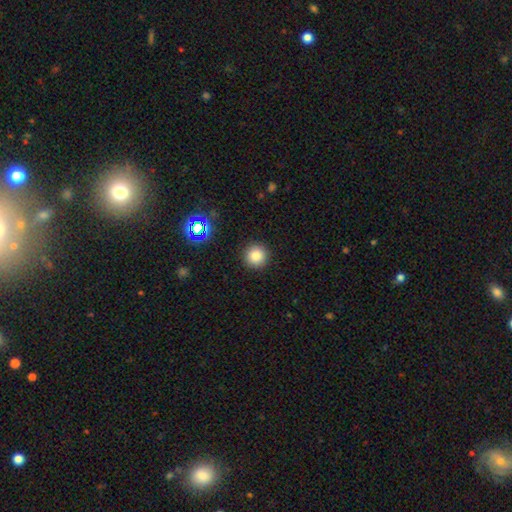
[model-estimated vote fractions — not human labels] This appears to be a smooth galaxy with no disk features (82%) that is round (96%). Merging: none (92%).